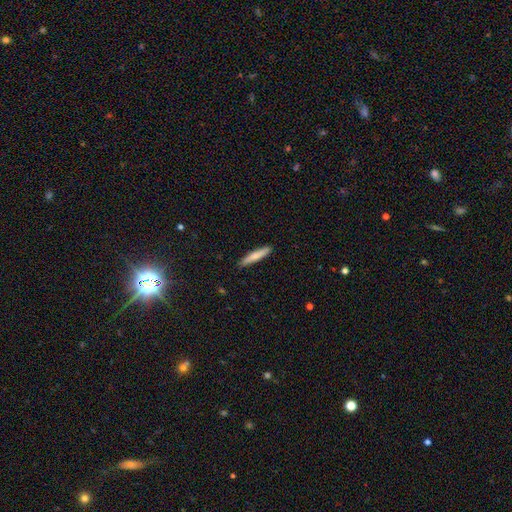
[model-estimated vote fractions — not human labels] This is likely a smooth galaxy (72%). How rounded: clearly cigar-shaped (91%). Merging: clearly none (89%).